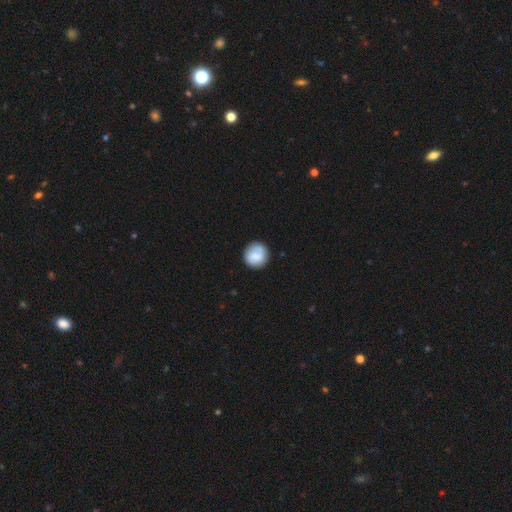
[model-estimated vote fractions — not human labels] smooth_or_featured: smooth (p=0.77) [alt: featured or disk p=0.17]
how_rounded: round (p=0.93) [alt: in between p=0.06]
merging: none (p=0.83) [alt: minor disturbance p=0.12]